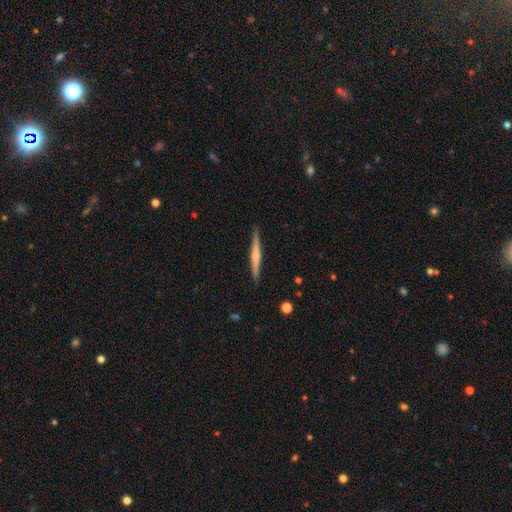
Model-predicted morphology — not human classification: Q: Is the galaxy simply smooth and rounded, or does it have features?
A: featured or disk — 61%.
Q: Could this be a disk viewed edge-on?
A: yes — 98%.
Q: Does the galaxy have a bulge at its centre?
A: rounded — 68%.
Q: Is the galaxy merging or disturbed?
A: none — 90%.